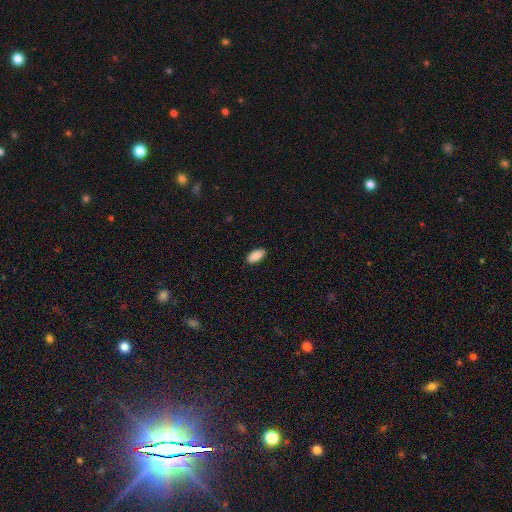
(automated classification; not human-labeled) smooth 90%, star or artifact 6%, featured or disk 3%. Down the decision tree: how rounded — in between (92%); merging — none (90%).